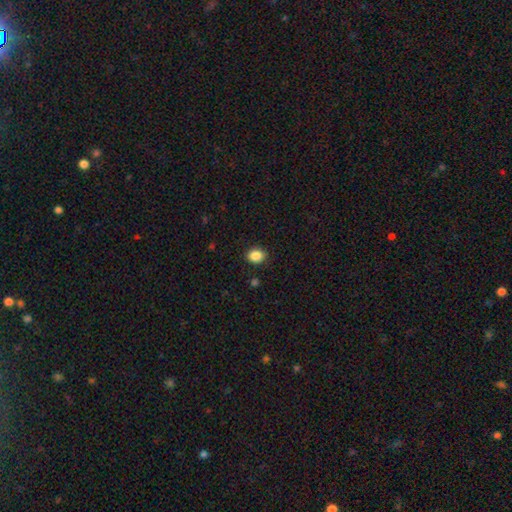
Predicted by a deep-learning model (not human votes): This appears to be a smooth galaxy with no disk features (87%) that is round (55%). Merging: none (89%).